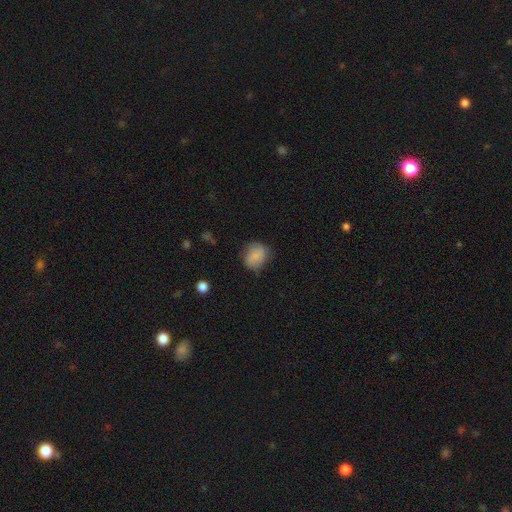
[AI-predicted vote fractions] Morphology: type=smooth (78%); roundness=round (60%); merging=none (66%).